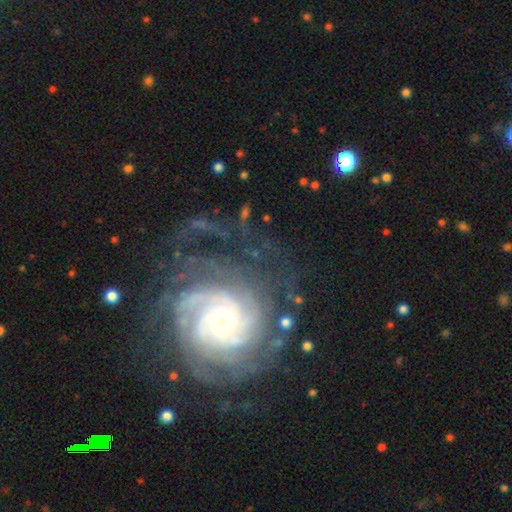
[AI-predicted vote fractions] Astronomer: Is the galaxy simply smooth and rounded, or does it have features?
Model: featured or disk — 90%.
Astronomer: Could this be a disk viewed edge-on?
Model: no — 98%.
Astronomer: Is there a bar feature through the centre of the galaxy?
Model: no — 66%.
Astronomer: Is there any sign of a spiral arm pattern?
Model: yes — 98%.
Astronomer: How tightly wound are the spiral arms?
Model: tight — 78%.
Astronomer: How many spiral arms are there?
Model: can't tell — 23% (runner-up: 4, 20%).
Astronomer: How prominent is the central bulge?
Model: small — 47% (runner-up: moderate, 46%).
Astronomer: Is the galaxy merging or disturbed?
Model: none — 68%.